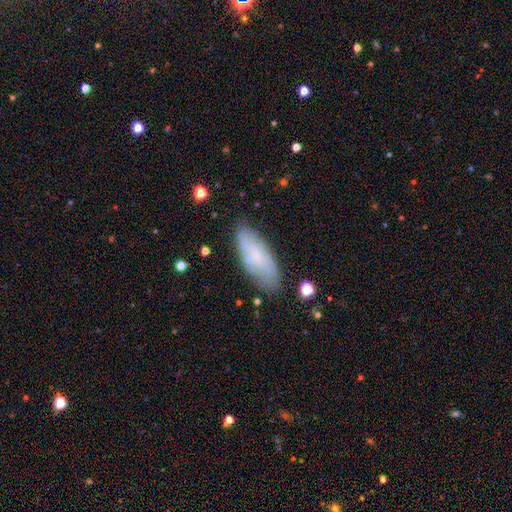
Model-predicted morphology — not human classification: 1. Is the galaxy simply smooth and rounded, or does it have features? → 58% smooth, 34% featured or disk, 8% star or artifact.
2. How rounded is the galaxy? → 74% in between, 24% cigar-shaped, 2% round.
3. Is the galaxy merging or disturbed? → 76% none, 17% minor disturbance, 4% major disturbance, 2% merger.